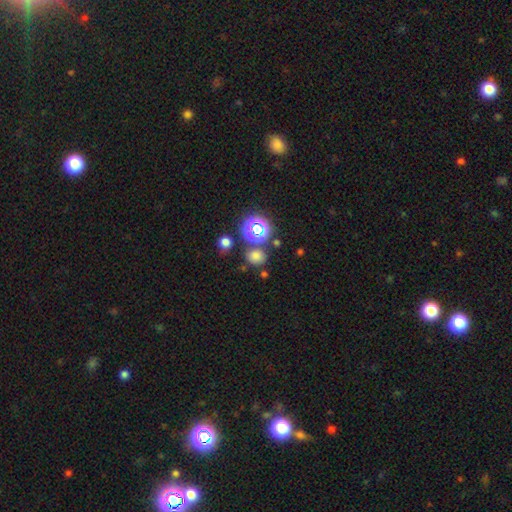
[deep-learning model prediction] smooth-or-featured: smooth: 68% | star or artifact: 26% | featured or disk: 6%
  how-rounded: round: 69% | in between: 30% | cigar-shaped: 1%
  merging: none: 75% | minor disturbance: 11% | merger: 10% | major disturbance: 4%